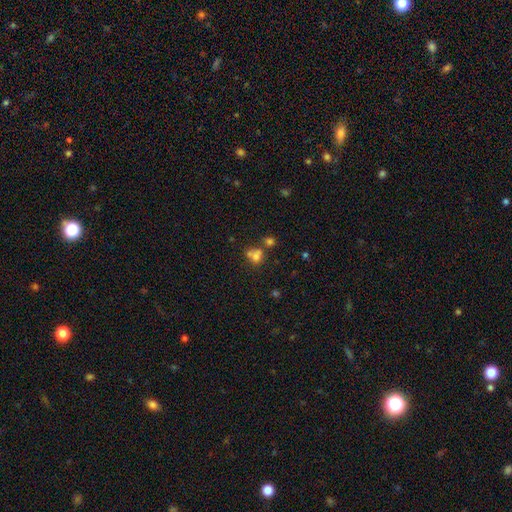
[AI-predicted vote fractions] smooth 67%, star or artifact 18%, featured or disk 16%. Down the decision tree: how rounded — round (68%); merging — merger (47%).